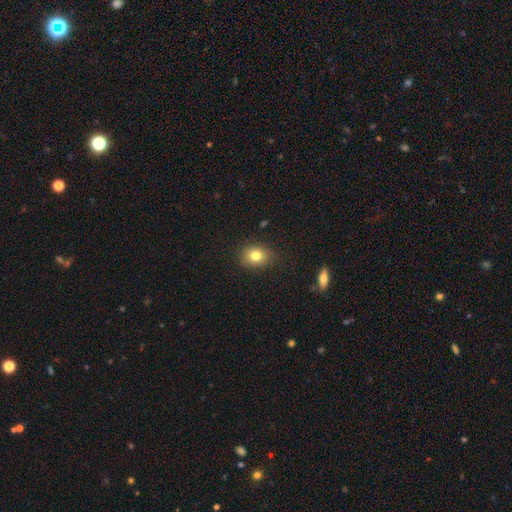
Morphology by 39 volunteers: type=smooth (69%); roundness=round (59%); merging=none (81%).